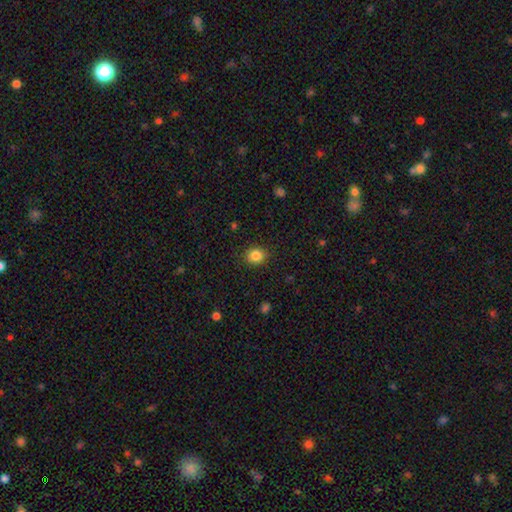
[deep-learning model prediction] A smooth galaxy with no disk features (84%) that is round (82%). Merging: none (89%).